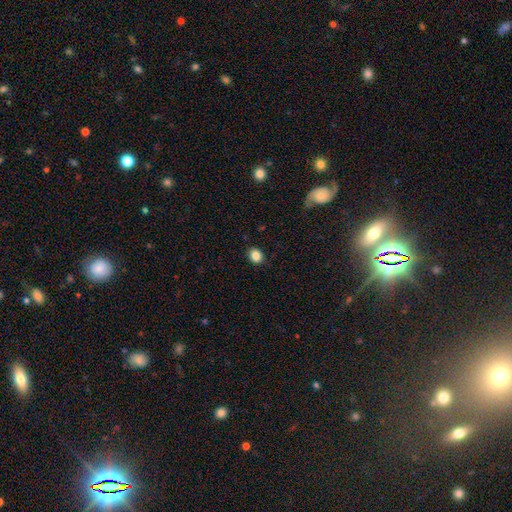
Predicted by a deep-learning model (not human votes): Smooth or featured: smooth — 86% (star or artifact — 10%)
How rounded: round — 57% (in between — 42%)
Merging: none — 89% (minor disturbance — 8%)